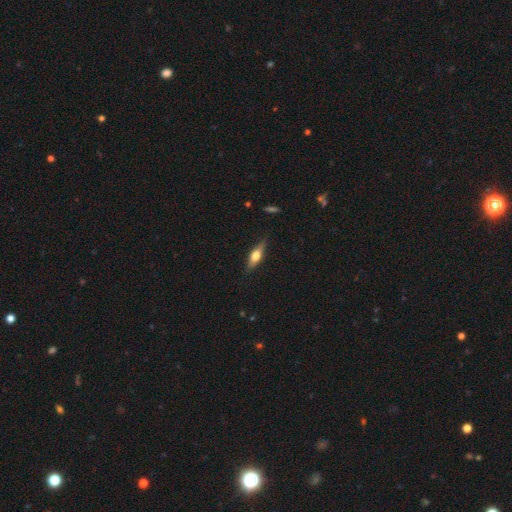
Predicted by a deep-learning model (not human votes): Morphology: type=smooth (49%); merging=none (82%).